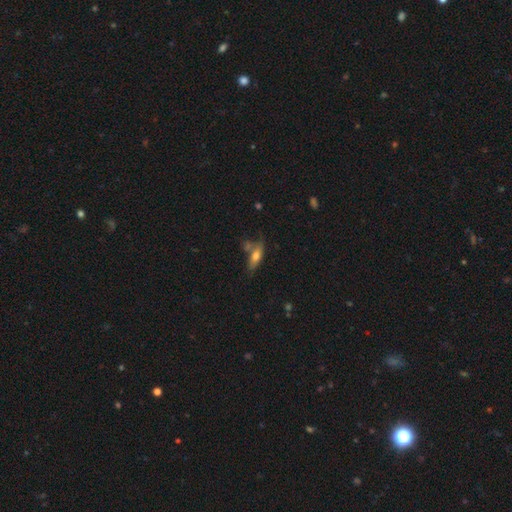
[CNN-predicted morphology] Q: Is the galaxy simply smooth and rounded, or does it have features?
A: smooth — 64%.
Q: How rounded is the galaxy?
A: in between — 63%.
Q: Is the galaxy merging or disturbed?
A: none — 55%.